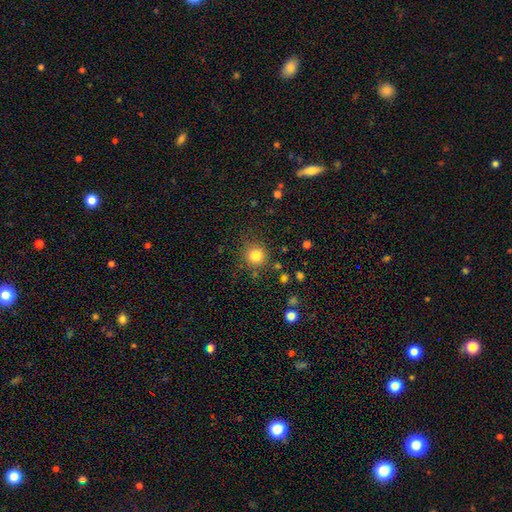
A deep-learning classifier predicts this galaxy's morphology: smooth-or-featured: smooth: 82% | star or artifact: 13% | featured or disk: 6%
  how-rounded: round: 92% | in between: 7% | cigar-shaped: 1%
  merging: none: 81% | minor disturbance: 11% | major disturbance: 4% | merger: 3%